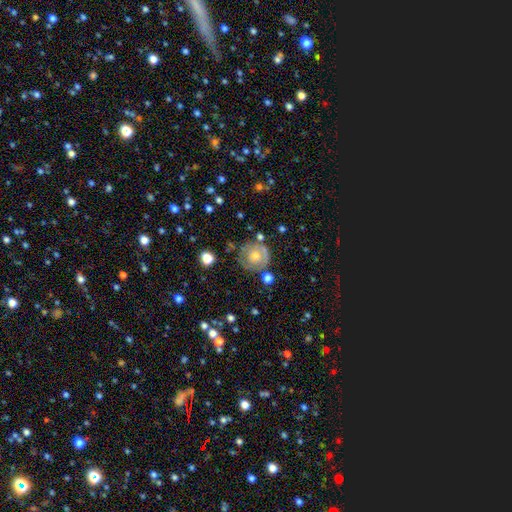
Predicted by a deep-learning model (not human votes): Q: Smooth or featured?
A: featured or disk (58%); runner-up: smooth (33%)
Q: Edge-on disk?
A: no (97%); runner-up: yes (3%)
Q: Bar?
A: no (83%); runner-up: weak (14%)
Q: Spiral arms?
A: yes (65%); runner-up: no (35%)
Q: Bulge size?
A: moderate (59%); runner-up: small (34%)
Q: Merging?
A: none (69%); runner-up: minor disturbance (19%)